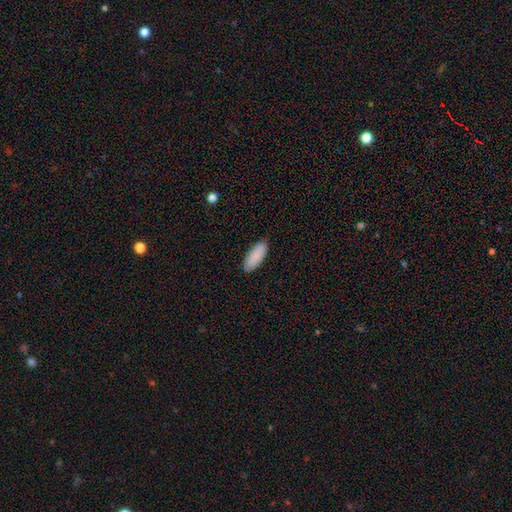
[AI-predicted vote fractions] Smooth or featured? Predicted: smooth (p=0.90). How rounded? Predicted: in between (p=0.78). Merging? Predicted: none (p=0.88).